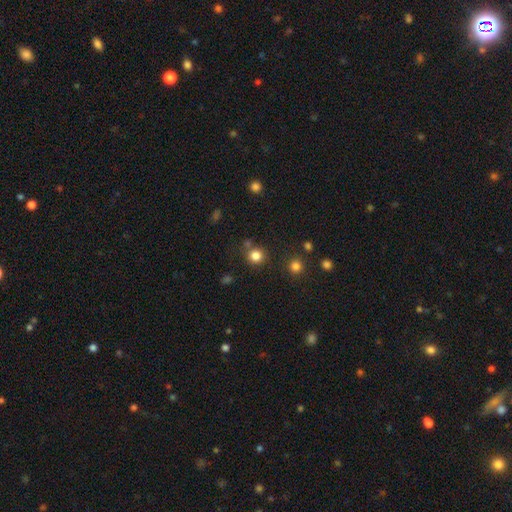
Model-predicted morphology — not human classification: Smooth or featured?
  - smooth: 82% *
  - star or artifact: 13%
  - featured or disk: 5%
How rounded?
  - round: 90% *
  - in between: 9%
  - cigar-shaped: 1%
Merging?
  - none: 78% *
  - minor disturbance: 9%
  - merger: 9%
  - major disturbance: 4%